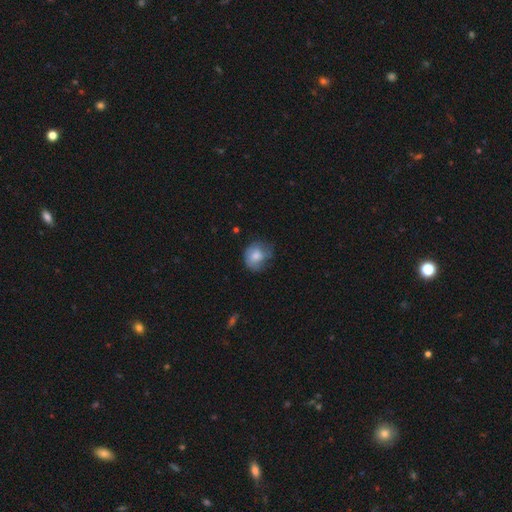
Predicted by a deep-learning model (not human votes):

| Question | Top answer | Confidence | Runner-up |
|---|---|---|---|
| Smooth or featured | smooth | 73% | featured or disk (20%) |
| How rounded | round | 69% | in between (30%) |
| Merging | none | 53% | minor disturbance (32%) |